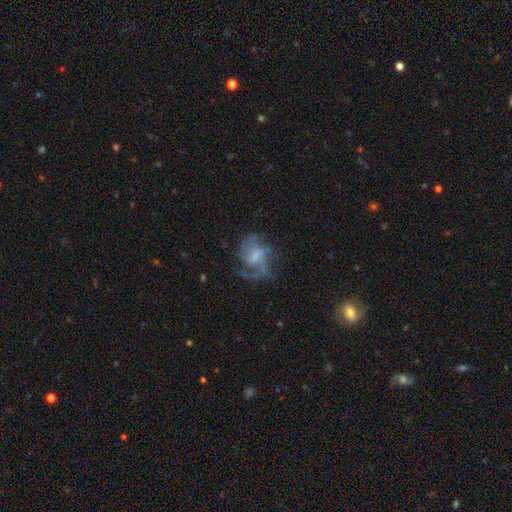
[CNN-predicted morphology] smooth-or-featured: featured or disk: 72% | smooth: 20% | star or artifact: 8%
  disk-edge-on: no: 98% | yes: 2%
    bar: no: 57% | weak: 37% | strong: 6%
    has-spiral-arms: yes: 84% | no: 16%
      spiral-winding: medium: 44% | loose: 40% | tight: 17%
      spiral-arm-count: 2: 35% | 1: 31% | can't tell: 19% | 3: 10% | 4: 3% | more than 4: 3%
    bulge-size: small: 54% | moderate: 29% | none: 12% | large: 4% | dominant: 1%
  merging: none: 44% | major disturbance: 33% | minor disturbance: 21% | merger: 2%